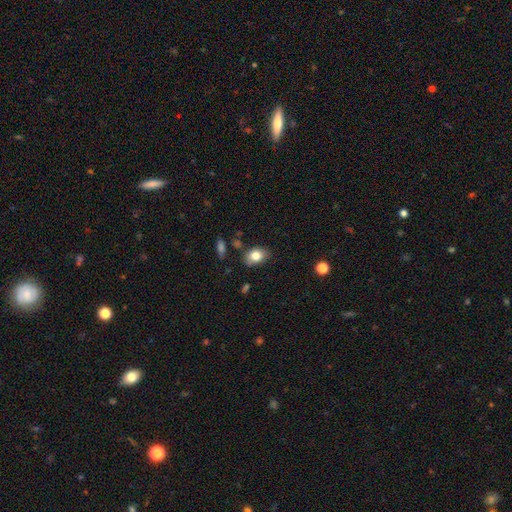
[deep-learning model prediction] The model was most divided on "how rounded": in between: 82%, round: 17%, cigar-shaped: 1%. More confident: merging — none (80%); smooth or featured — smooth (79%).